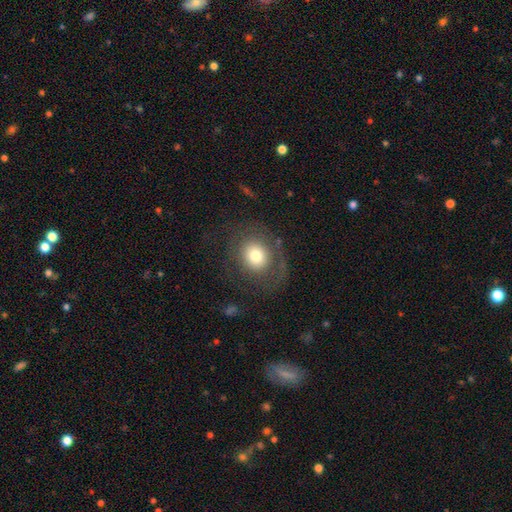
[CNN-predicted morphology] type=smooth (64%); roundness=round (73%); merging=none (67%).